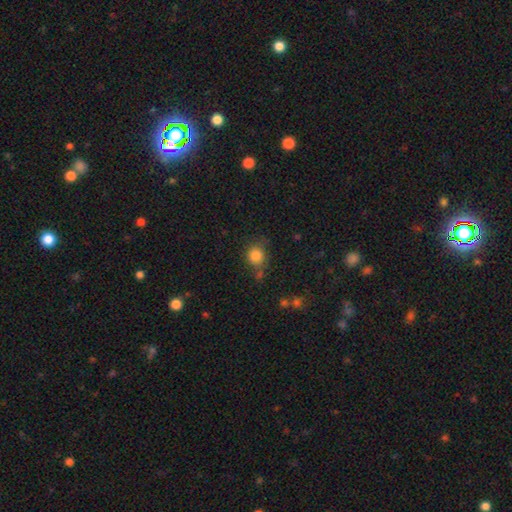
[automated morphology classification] The model was most divided on "merging": none: 62%, minor disturbance: 21%, merger: 9%, major disturbance: 7%. More confident: how rounded — round (84%); smooth or featured — smooth (84%).